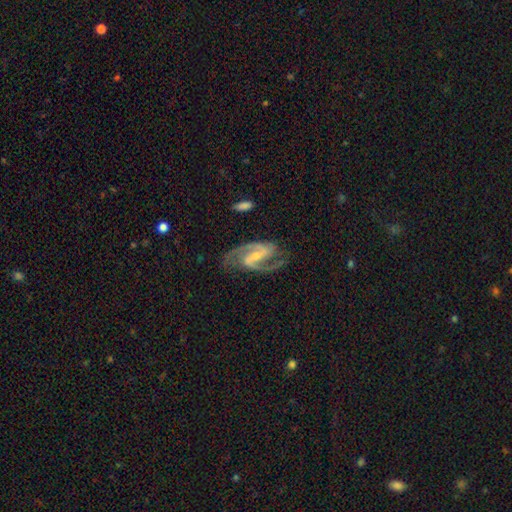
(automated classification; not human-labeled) This is clearly a featured or disk galaxy (92%). It is clearly not viewed edge-on (97%). Bar: possibly strong (46%). Spiral arm pattern: clearly yes (98%). Spiral arm count: clearly 2 (94%). Spiral winding: likely medium (63%). Central bulge: likely small (61%). Merging: likely none (78%).